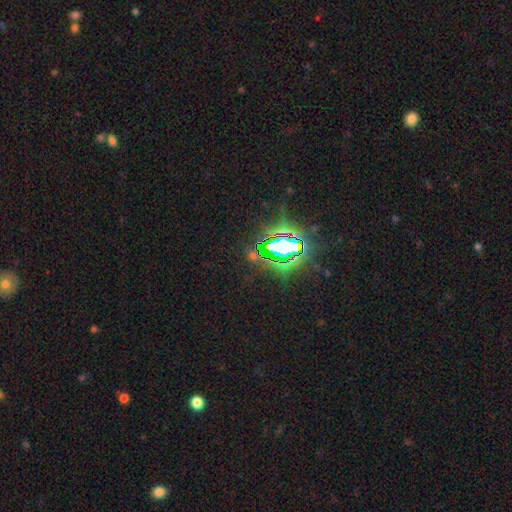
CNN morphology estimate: This is clearly a star or artifact rather than a galaxy (80%).